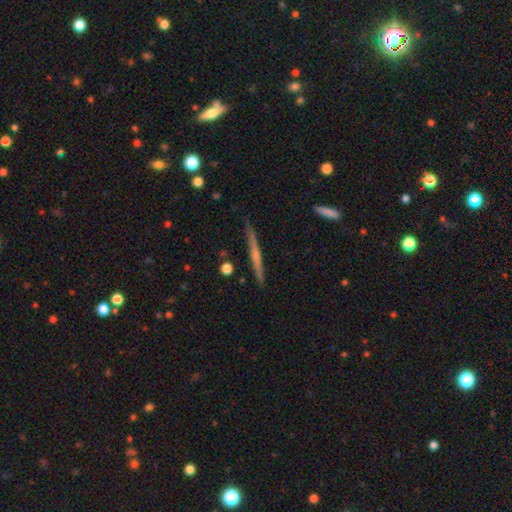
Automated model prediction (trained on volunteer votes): Smooth or featured? Predicted: featured or disk (p=0.58). Edge-on disk? Predicted: yes (p=0.97). Edge-on bulge? Predicted: none (p=0.62). Merging? Predicted: none (p=0.87).